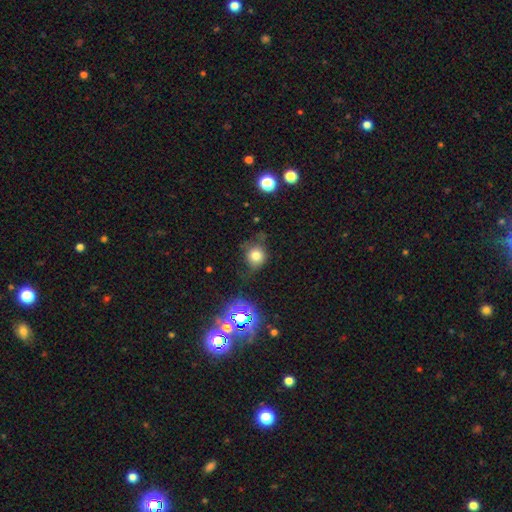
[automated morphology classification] Q: Smooth or featured?
A: smooth (72%); runner-up: star or artifact (18%)
Q: How rounded?
A: round (82%); runner-up: in between (17%)
Q: Merging?
A: none (60%); runner-up: minor disturbance (25%)